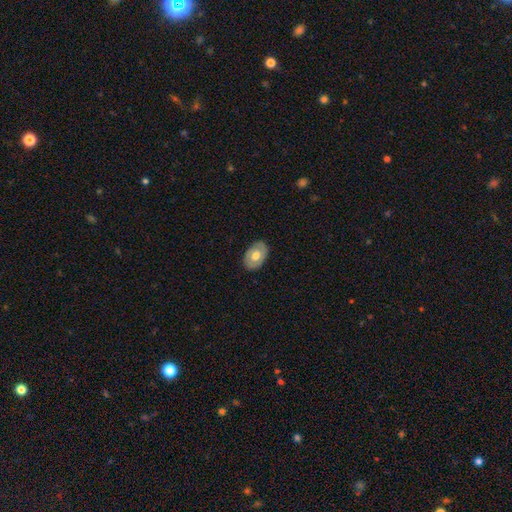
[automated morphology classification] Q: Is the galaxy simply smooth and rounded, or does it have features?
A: smooth — 57%.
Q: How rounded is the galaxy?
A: in between — 84%.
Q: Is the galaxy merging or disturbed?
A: none — 83%.